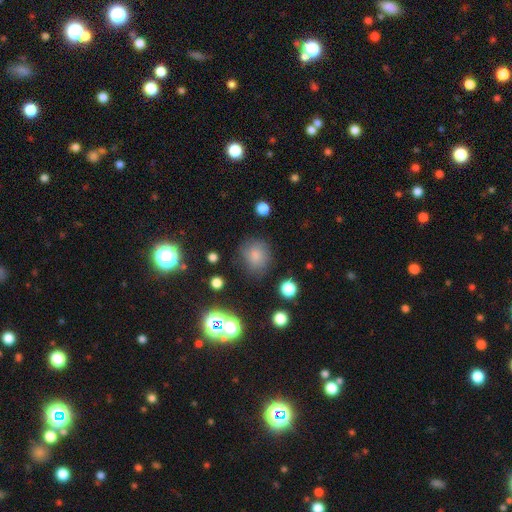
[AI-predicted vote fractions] This is likely a smooth galaxy (76%). How rounded: likely round (79%). Merging: likely none (71%).